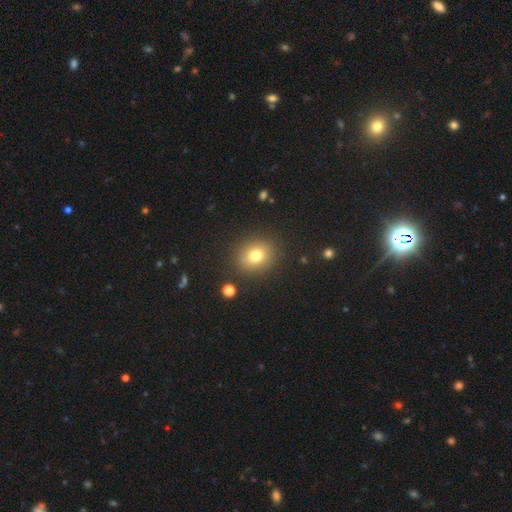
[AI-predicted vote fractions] This appears to be a smooth galaxy with no disk features (77%) that is round (74%). Merging: none (87%).